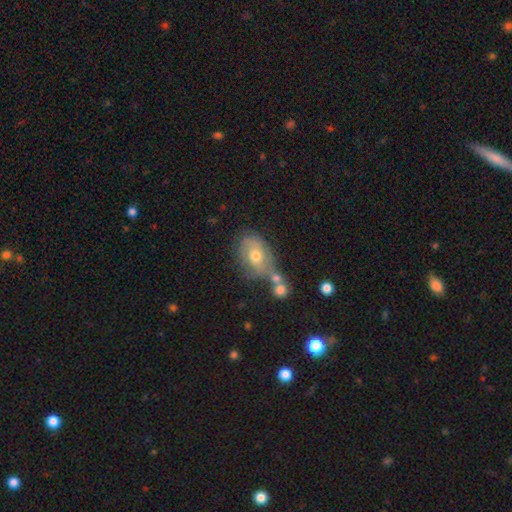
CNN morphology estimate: Smooth or featured?
  - smooth: 51% *
  - featured or disk: 37%
  - star or artifact: 11%
How rounded?
  - in between: 73% *
  - round: 25%
  - cigar-shaped: 2%
Merging?
  - none: 46% *
  - merger: 24%
  - minor disturbance: 21%
  - major disturbance: 9%